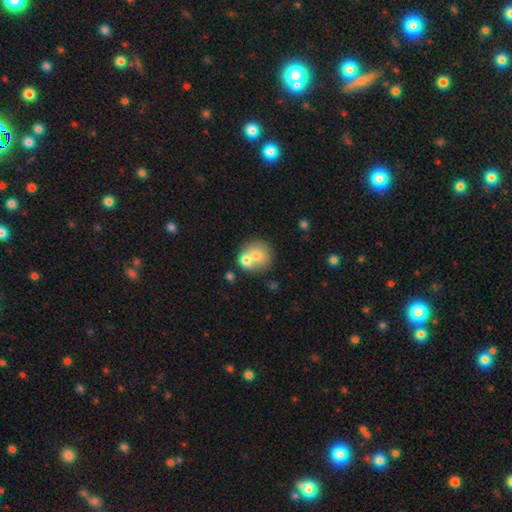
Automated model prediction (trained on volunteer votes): This appears to be a smooth galaxy with no disk features (67%) that is round (84%). Merging: merger (45%).